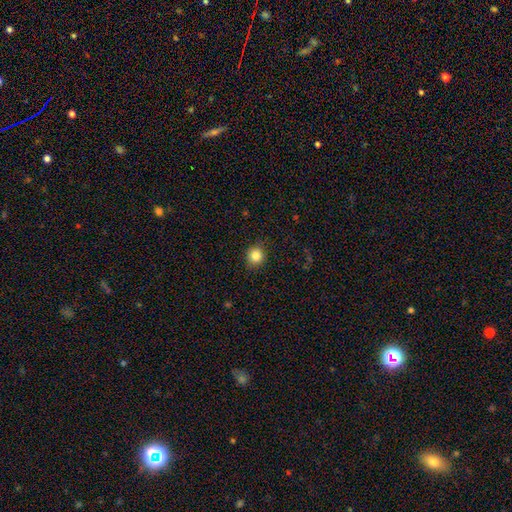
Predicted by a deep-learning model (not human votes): Q: Smooth or featured?
A: smooth (85%); runner-up: star or artifact (11%)
Q: How rounded?
A: round (87%); runner-up: in between (12%)
Q: Merging?
A: none (89%); runner-up: minor disturbance (8%)